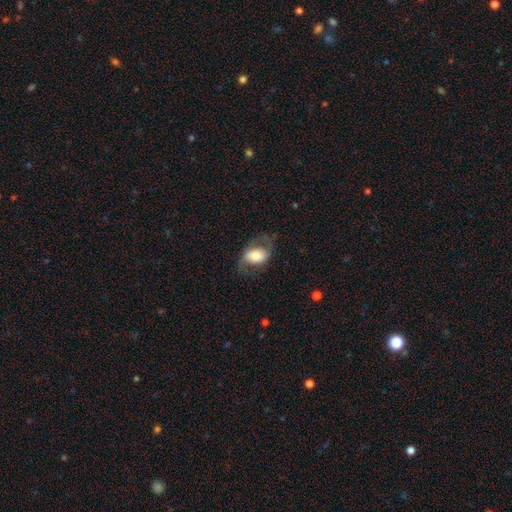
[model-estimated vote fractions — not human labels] This appears to be a smooth galaxy with no disk features (50%) that is in between round and cigar-shaped (75%). Merging: none (57%).